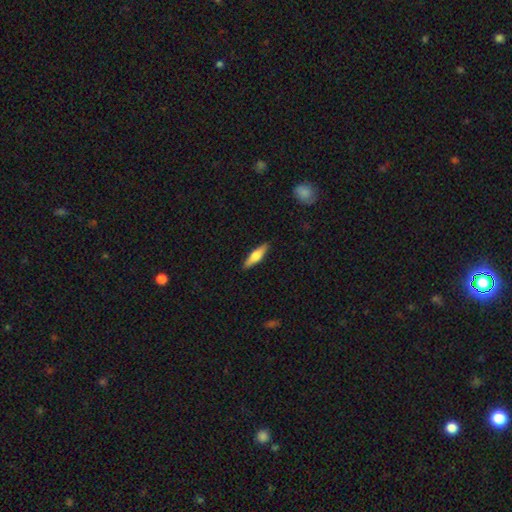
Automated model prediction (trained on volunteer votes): Smooth or featured? smooth (50%)
How rounded? cigar-shaped (68%)
Merging? none (90%)